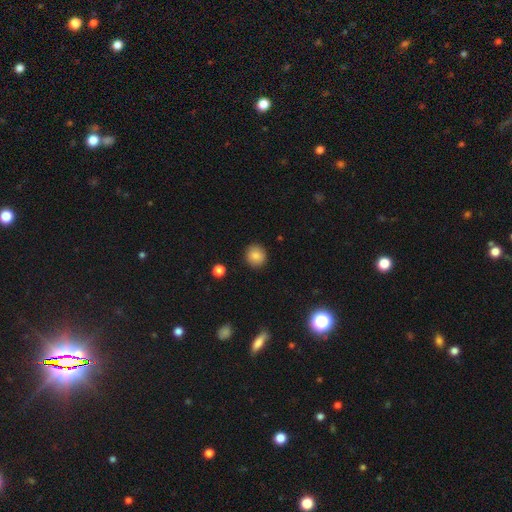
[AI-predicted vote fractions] This appears to be a smooth galaxy with no disk features (85%) that is round (91%). Merging: none (91%).